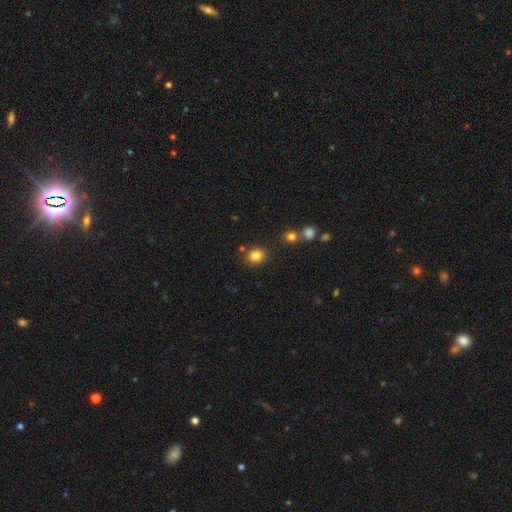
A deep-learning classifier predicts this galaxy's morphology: Smooth or featured? smooth (83%)
How rounded? round (71%)
Merging? none (82%)